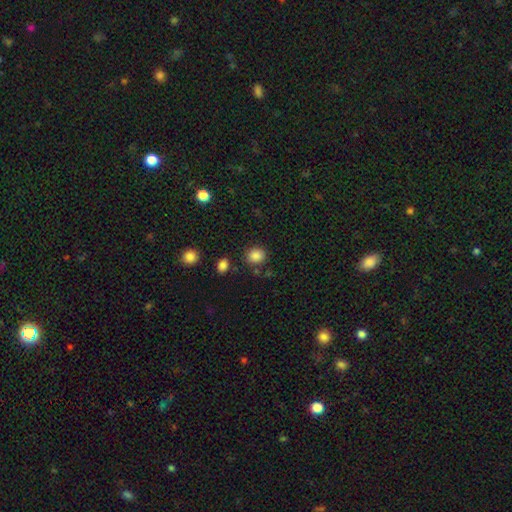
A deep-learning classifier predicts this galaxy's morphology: Smooth or featured?
  - smooth: 86% *
  - star or artifact: 10%
  - featured or disk: 4%
How rounded?
  - round: 63% *
  - in between: 36%
  - cigar-shaped: 1%
Merging?
  - none: 82% *
  - minor disturbance: 10%
  - merger: 4%
  - major disturbance: 3%